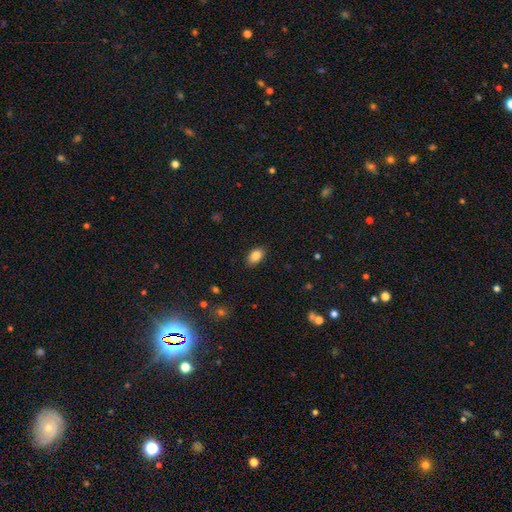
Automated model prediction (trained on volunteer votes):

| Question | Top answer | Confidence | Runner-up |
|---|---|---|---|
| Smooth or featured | smooth | 86% | star or artifact (8%) |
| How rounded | in between | 89% | round (9%) |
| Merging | none | 86% | minor disturbance (11%) |